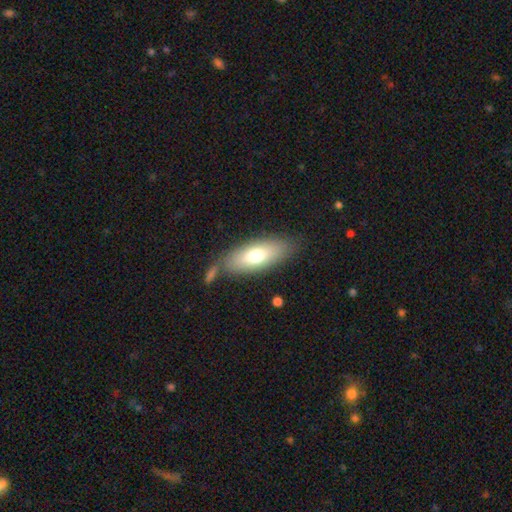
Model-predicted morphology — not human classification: Overall: smooth (71%). How rounded: in between (77%). Merging: none (70%).